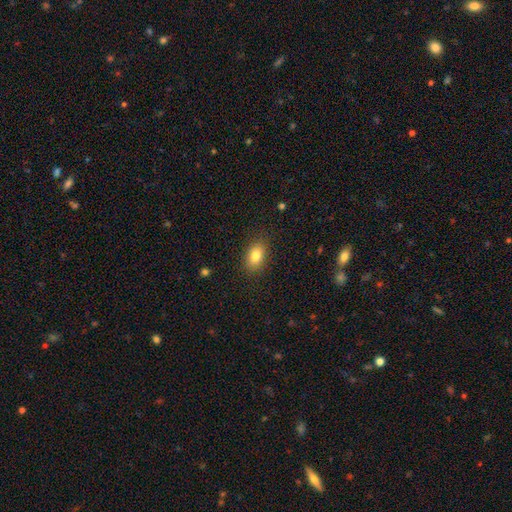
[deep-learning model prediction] Q: Smooth or featured?
A: smooth (82%); runner-up: star or artifact (9%)
Q: How rounded?
A: in between (84%); runner-up: round (14%)
Q: Merging?
A: none (86%); runner-up: minor disturbance (10%)